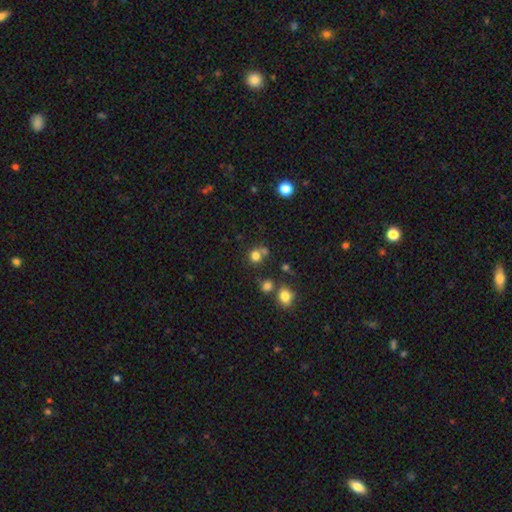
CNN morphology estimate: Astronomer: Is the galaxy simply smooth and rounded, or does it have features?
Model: smooth — 77%.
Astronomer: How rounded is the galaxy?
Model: round — 83%.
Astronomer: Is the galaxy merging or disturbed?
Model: none — 60%.